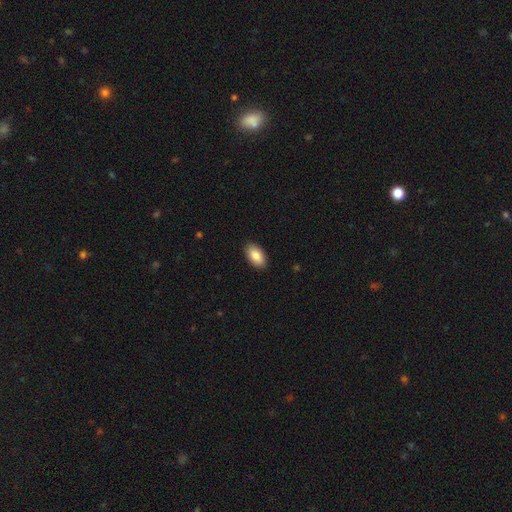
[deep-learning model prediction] Smooth or featured: smooth — 86% (featured or disk — 7%)
How rounded: in between — 95% (round — 3%)
Merging: none — 89% (minor disturbance — 8%)